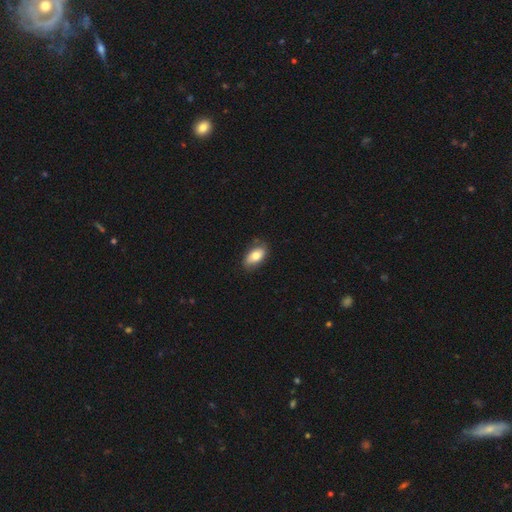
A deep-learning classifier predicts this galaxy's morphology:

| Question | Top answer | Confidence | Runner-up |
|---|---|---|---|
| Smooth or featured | smooth | 75% | featured or disk (19%) |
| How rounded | in between | 91% | round (5%) |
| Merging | none | 76% | minor disturbance (19%) |